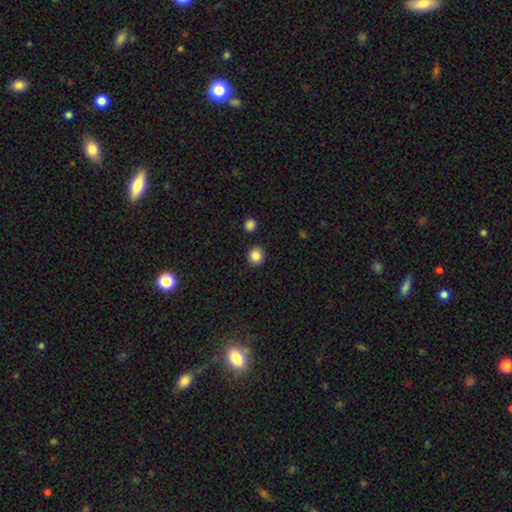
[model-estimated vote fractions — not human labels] smooth 86%, star or artifact 10%, featured or disk 4%. Down the decision tree: how rounded — round (89%); merging — none (90%).